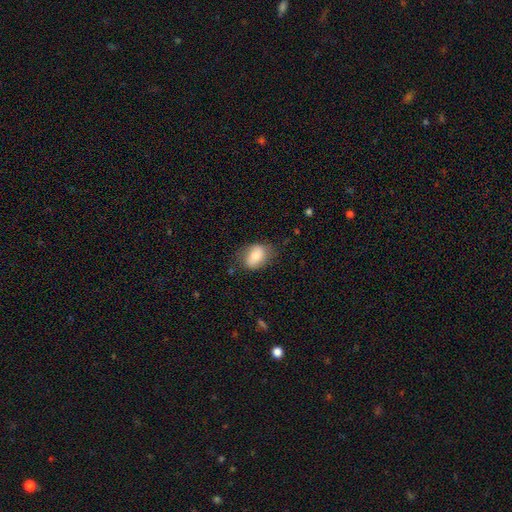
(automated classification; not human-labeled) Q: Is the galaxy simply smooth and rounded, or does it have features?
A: smooth — 75%.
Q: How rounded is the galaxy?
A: in between — 75%.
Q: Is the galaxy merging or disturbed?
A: none — 69%.